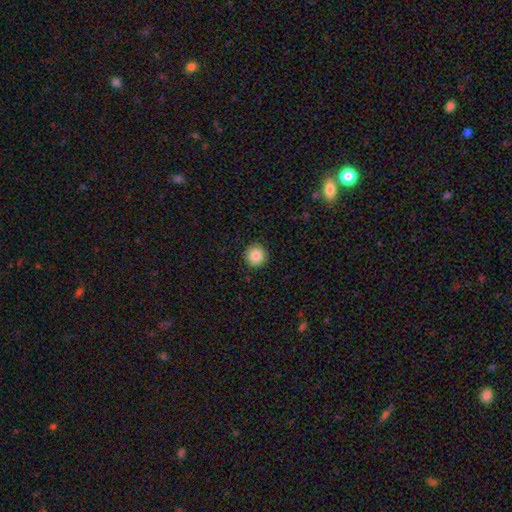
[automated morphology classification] This is clearly a smooth galaxy (86%). How rounded: clearly round (96%). Merging: clearly none (93%).